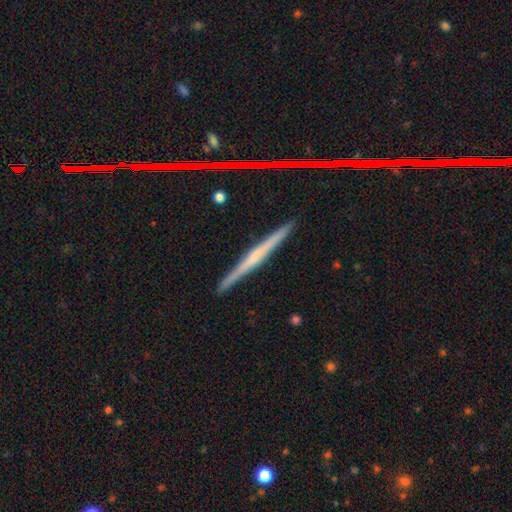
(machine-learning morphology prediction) type=featured or disk (64%); edge-on=yes (97%); edge-on bulge=none (52%); merging=none (89%).